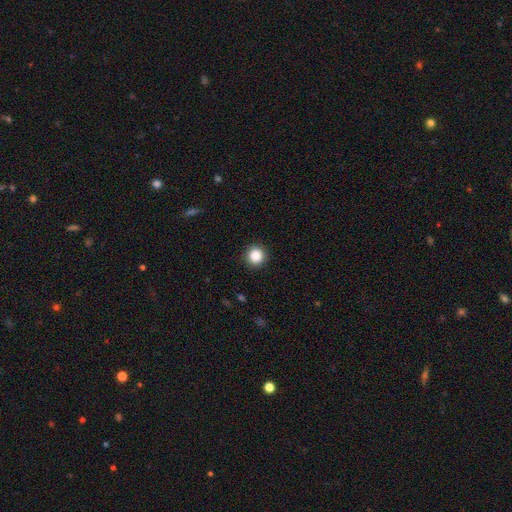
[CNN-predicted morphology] smooth 87%, star or artifact 10%, featured or disk 3%. Down the decision tree: how rounded — round (94%); merging — none (91%).